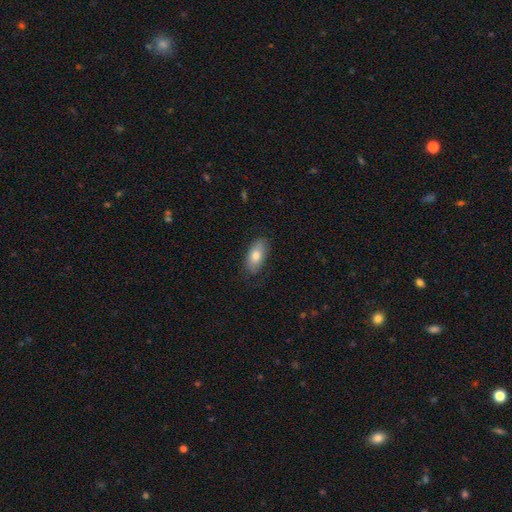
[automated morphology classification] smooth-or-featured: smooth: 75% | featured or disk: 18% | star or artifact: 7%
  how-rounded: in between: 90% | cigar-shaped: 7% | round: 4%
  merging: none: 79% | minor disturbance: 17% | major disturbance: 4% | merger: 1%